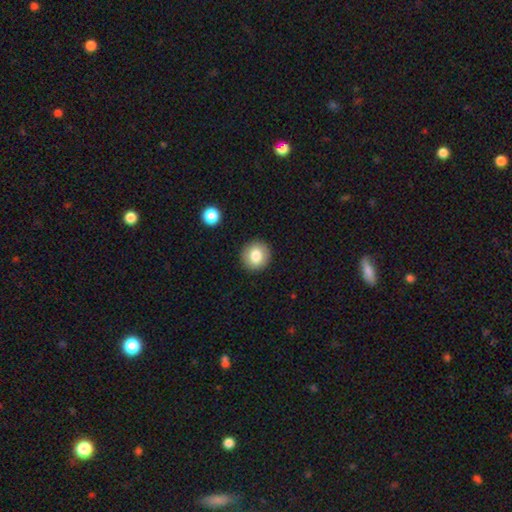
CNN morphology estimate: A smooth galaxy with no disk features (81%) that is round (91%). Merging: none (91%).